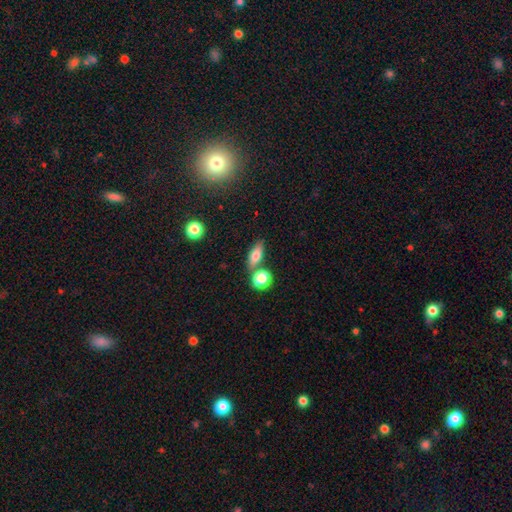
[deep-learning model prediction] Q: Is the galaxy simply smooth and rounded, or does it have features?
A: smooth — 72%.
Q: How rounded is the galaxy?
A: in between — 62%.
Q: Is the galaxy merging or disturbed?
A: none — 66%.